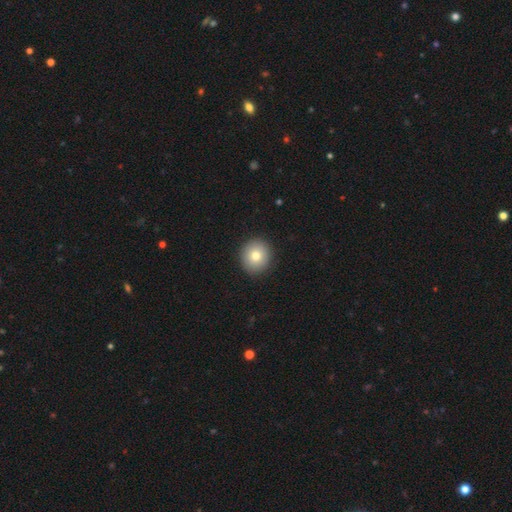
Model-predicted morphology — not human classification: This appears to be a smooth galaxy with no disk features (78%) that is round (89%). Merging: none (91%).